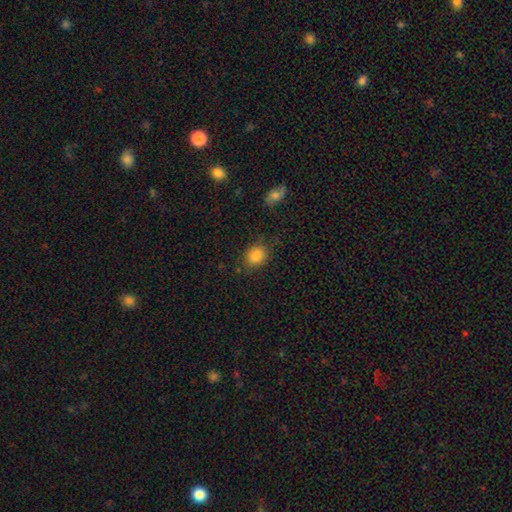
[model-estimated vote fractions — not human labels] This appears to be a smooth galaxy with no disk features (84%) that is round (56%). Merging: none (79%).